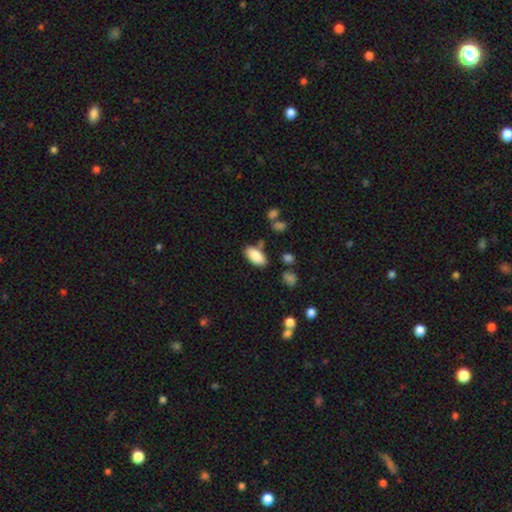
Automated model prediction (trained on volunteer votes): smooth-or-featured: smooth: 87% | star or artifact: 7% | featured or disk: 6%
  how-rounded: in between: 92% | cigar-shaped: 6% | round: 2%
  merging: none: 78% | minor disturbance: 14% | merger: 5% | major disturbance: 3%